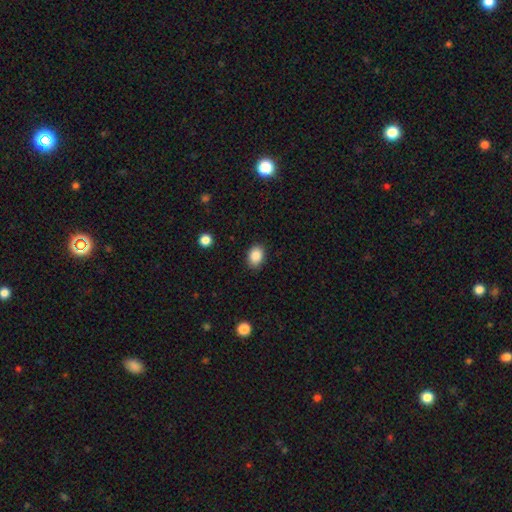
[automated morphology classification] Q: Smooth or featured?
A: smooth (87%); runner-up: star or artifact (8%)
Q: How rounded?
A: in between (68%); runner-up: round (31%)
Q: Merging?
A: none (87%); runner-up: minor disturbance (9%)